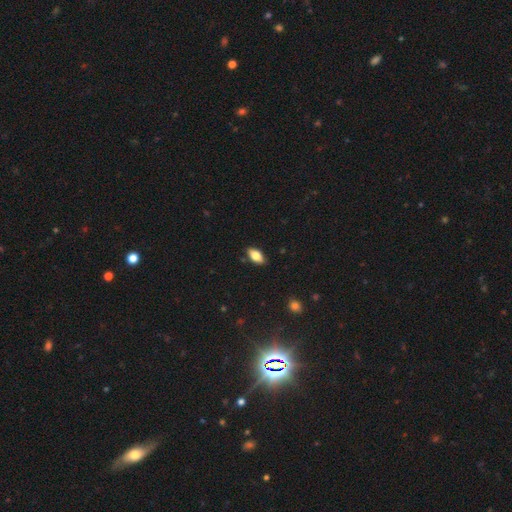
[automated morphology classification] Smooth or featured?
  - smooth: 76% *
  - featured or disk: 17%
  - star or artifact: 7%
How rounded?
  - in between: 89% *
  - cigar-shaped: 8%
  - round: 3%
Merging?
  - none: 87% *
  - minor disturbance: 10%
  - major disturbance: 2%
  - merger: 1%